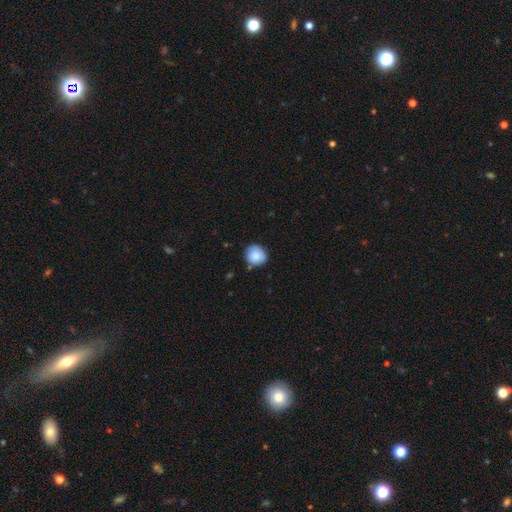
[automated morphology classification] This appears to be a smooth galaxy with no disk features (85%) that is round (88%). Merging: none (78%).